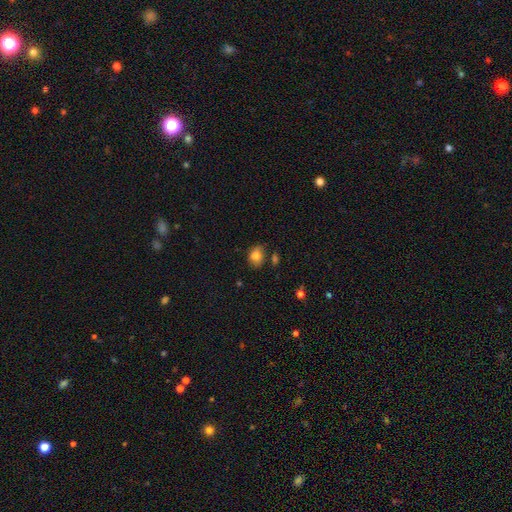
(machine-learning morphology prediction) smooth 80%, star or artifact 10%, featured or disk 9%. Down the decision tree: how rounded — in between (60%); merging — none (67%).